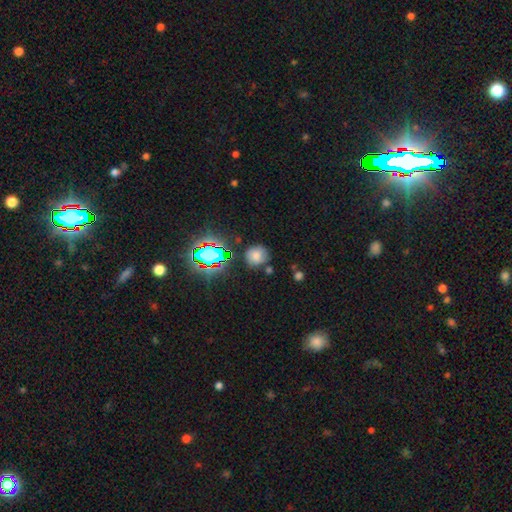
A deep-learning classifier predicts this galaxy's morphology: This is likely a smooth galaxy (71%). How rounded: clearly round (89%). Merging: likely none (75%).